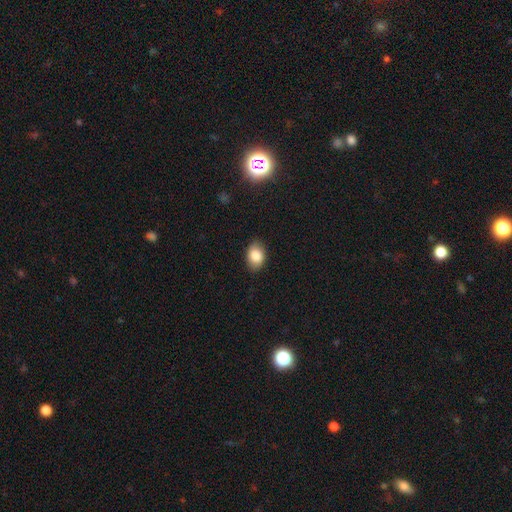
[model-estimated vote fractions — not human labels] Morphology: type=smooth (84%); roundness=in between (81%); merging=none (86%).